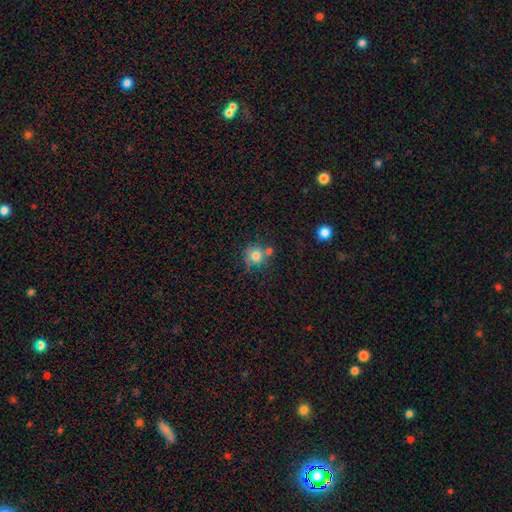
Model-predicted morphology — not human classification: A smooth galaxy with no disk features (75%) that is round (86%).

Vote fractions:
- Smooth or featured? smooth: 75% / featured or disk: 12% / star or artifact: 12%
- How rounded? round: 86% / in between: 13% / cigar-shaped: 1%
- Merging? none: 57% / merger: 24% / minor disturbance: 14% / major disturbance: 5%